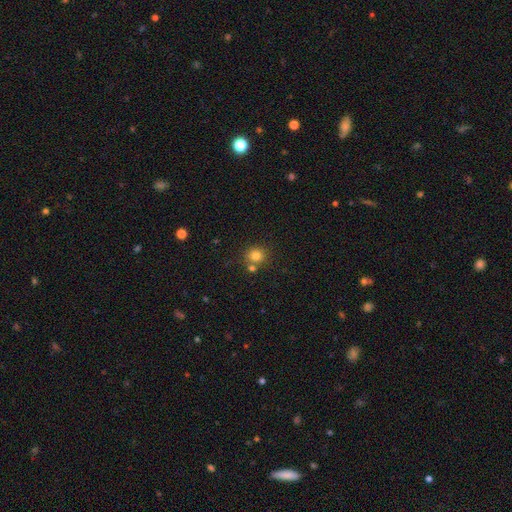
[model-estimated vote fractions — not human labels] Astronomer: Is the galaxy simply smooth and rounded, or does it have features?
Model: smooth — 81%.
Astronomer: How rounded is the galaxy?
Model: round — 87%.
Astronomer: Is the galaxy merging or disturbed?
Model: none — 68%.